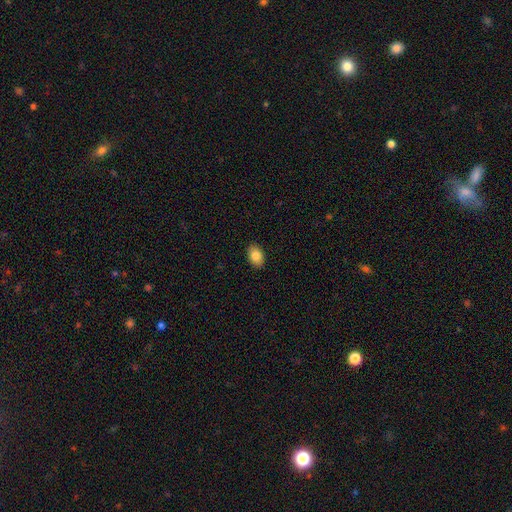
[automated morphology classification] Q: Smooth or featured?
A: smooth (84%); runner-up: featured or disk (9%)
Q: How rounded?
A: in between (85%); runner-up: round (14%)
Q: Merging?
A: none (90%); runner-up: minor disturbance (8%)